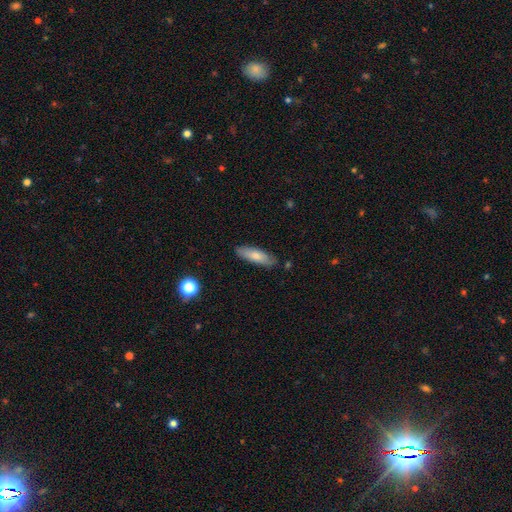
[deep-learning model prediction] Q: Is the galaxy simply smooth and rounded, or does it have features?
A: smooth — 74%.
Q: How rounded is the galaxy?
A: in between — 52%.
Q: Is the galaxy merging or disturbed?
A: none — 82%.